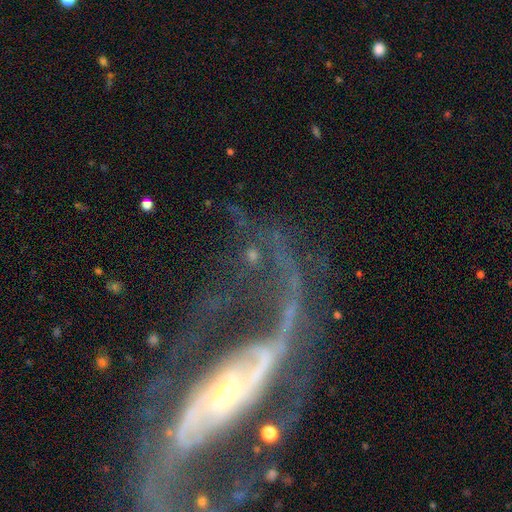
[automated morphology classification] This is likely a featured or disk galaxy (80%). It is clearly not viewed edge-on (90%). Bar: possibly no (46%). Spiral arm pattern: likely yes (77%). Spiral arm count: possibly 2 (51%). Spiral winding: possibly loose (52%). Central bulge: possibly moderate (45%). Merging: marginally major disturbance (45%).